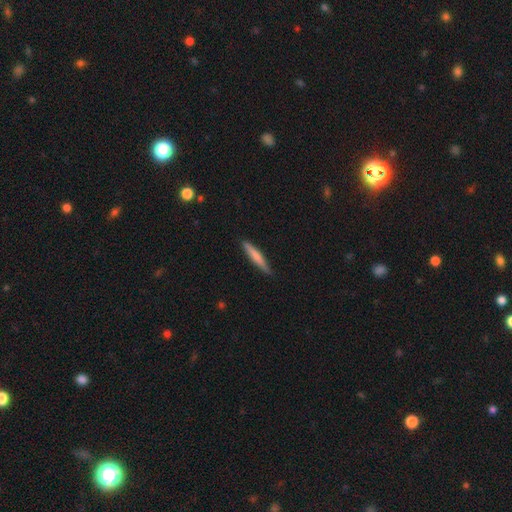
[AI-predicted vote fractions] smooth-or-featured: smooth: 69% | featured or disk: 25% | star or artifact: 5%
  how-rounded: cigar-shaped: 93% | in between: 6% | round: 1%
  merging: none: 84% | minor disturbance: 13% | major disturbance: 2% | merger: 1%